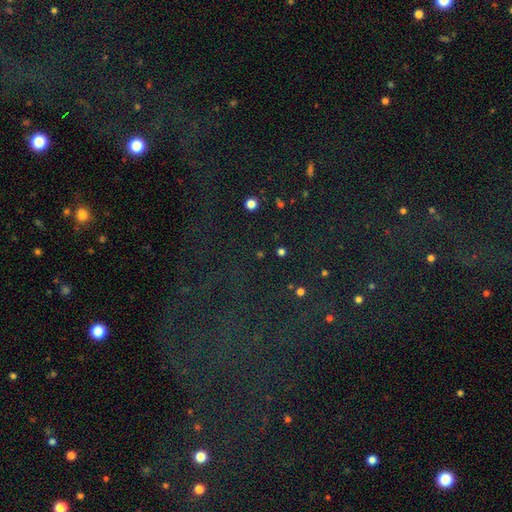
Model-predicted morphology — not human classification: This is likely a star or artifact rather than a galaxy (78%).